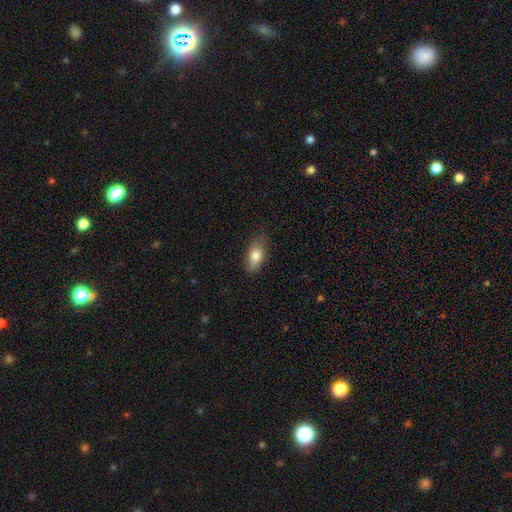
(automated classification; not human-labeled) The model was most divided on "merging": none: 76%, minor disturbance: 19%, major disturbance: 4%, merger: 1%. More confident: how rounded — in between (88%); smooth or featured — smooth (81%).